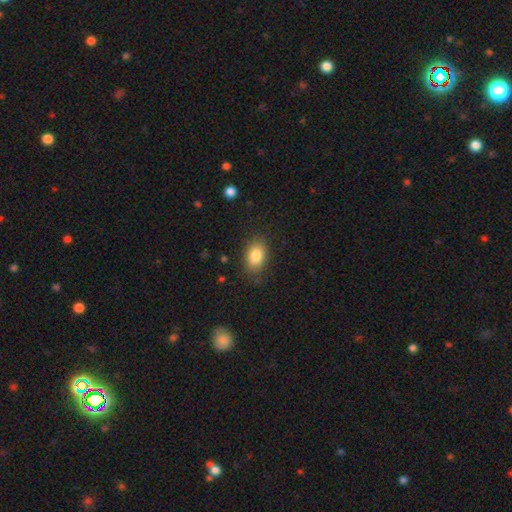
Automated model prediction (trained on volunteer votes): A smooth galaxy with no disk features (84%) that is in between round and cigar-shaped (85%). Merging: none (83%).